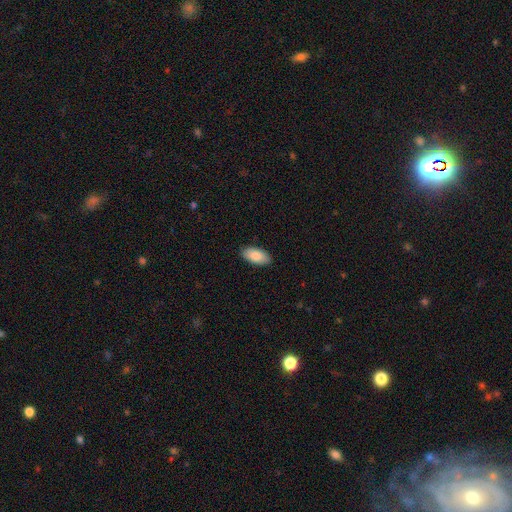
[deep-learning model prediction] Overall: smooth (87%). How rounded: in between (94%). Merging: none (89%).